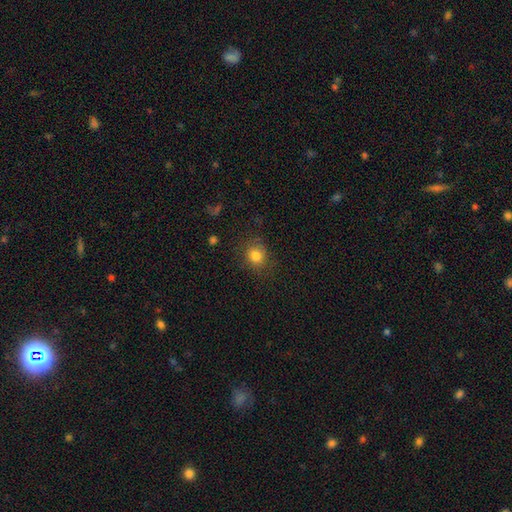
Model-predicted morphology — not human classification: Smooth or featured? smooth (82%)
How rounded? round (77%)
Merging? none (79%)